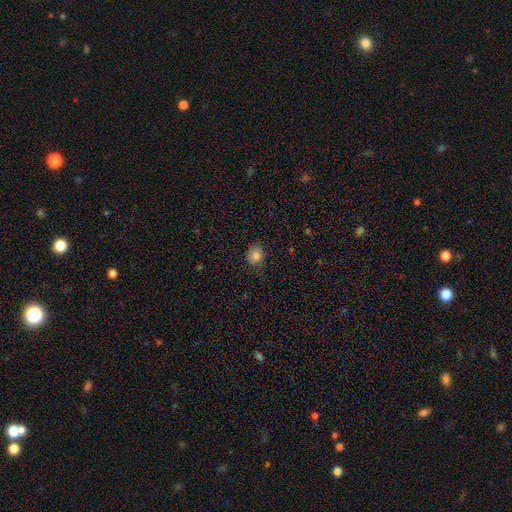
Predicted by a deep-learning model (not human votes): This is clearly a smooth galaxy (83%). How rounded: likely round (64%). Merging: clearly none (80%).